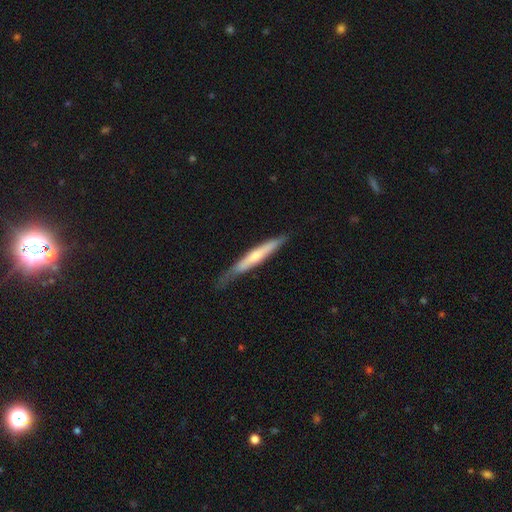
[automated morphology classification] Smooth or featured: featured or disk — 61% (smooth — 32%)
Edge-on disk: yes — 94% (no — 6%)
Edge-on bulge: rounded — 56% (none — 36%)
Merging: none — 78% (minor disturbance — 17%)